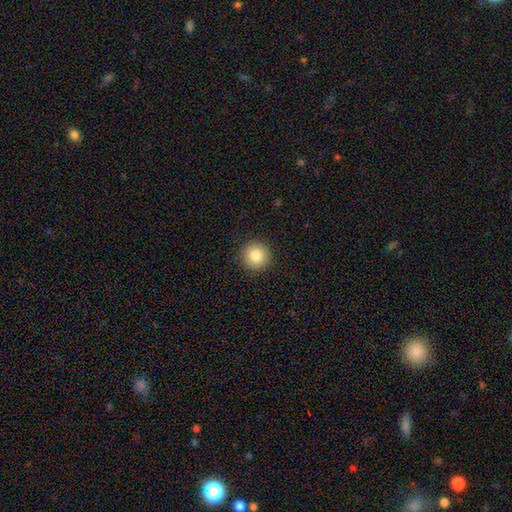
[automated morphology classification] smooth 82%, star or artifact 10%, featured or disk 8%. Down the decision tree: how rounded — round (96%); merging — none (92%).